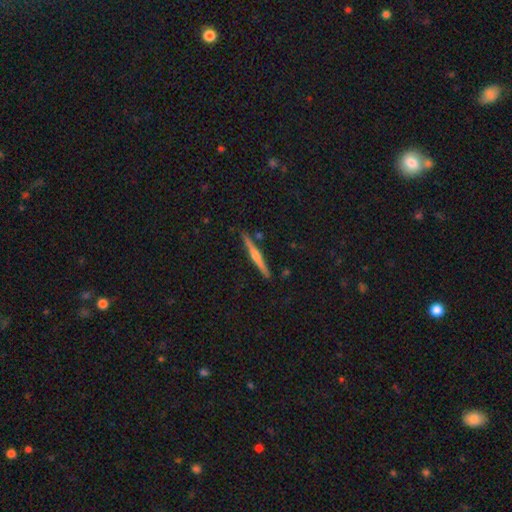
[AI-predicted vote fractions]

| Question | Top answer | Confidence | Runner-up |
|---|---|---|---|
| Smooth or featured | featured or disk | 63% | smooth (31%) |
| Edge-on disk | yes | 98% | no (2%) |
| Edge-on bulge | rounded | 66% | none (22%) |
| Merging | none | 89% | minor disturbance (7%) |